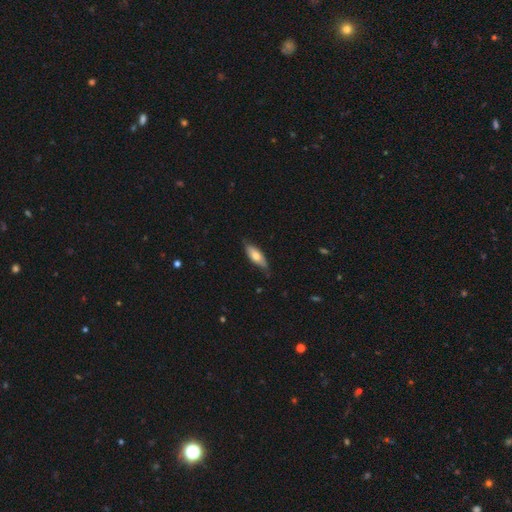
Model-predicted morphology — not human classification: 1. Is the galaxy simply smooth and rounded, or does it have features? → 65% smooth, 30% featured or disk, 6% star or artifact.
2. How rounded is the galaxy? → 65% in between, 33% cigar-shaped, 2% round.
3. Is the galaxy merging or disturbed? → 75% none, 21% minor disturbance, 3% major disturbance, 1% merger.